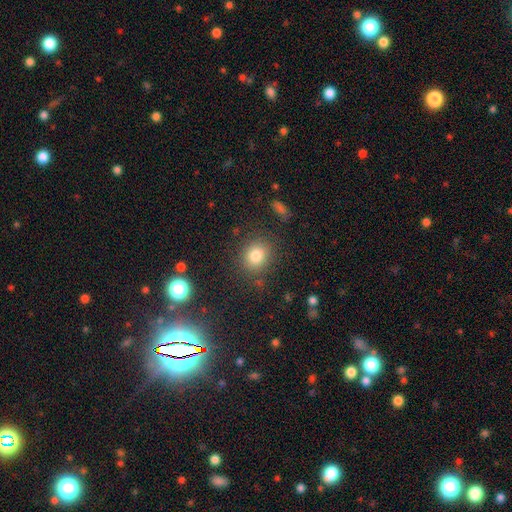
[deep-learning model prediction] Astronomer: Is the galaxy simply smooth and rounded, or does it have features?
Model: smooth — 81%.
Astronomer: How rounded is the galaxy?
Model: round — 73%.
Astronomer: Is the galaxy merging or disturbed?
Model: none — 84%.